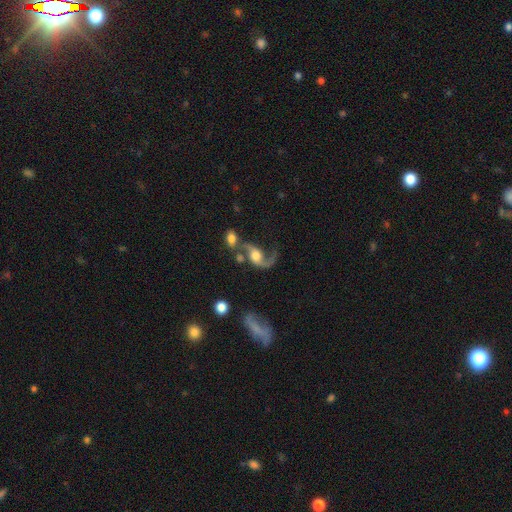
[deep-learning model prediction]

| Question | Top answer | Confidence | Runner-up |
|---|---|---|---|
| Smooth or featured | featured or disk | 82% | smooth (12%) |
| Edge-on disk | no | 96% | yes (4%) |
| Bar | no | 57% | weak (33%) |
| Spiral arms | yes | 93% | no (7%) |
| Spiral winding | loose | 77% | medium (20%) |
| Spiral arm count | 2 | 76% | 1 (19%) |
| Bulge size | moderate | 47% | large (33%) |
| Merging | merger | 34% | none (32%) |